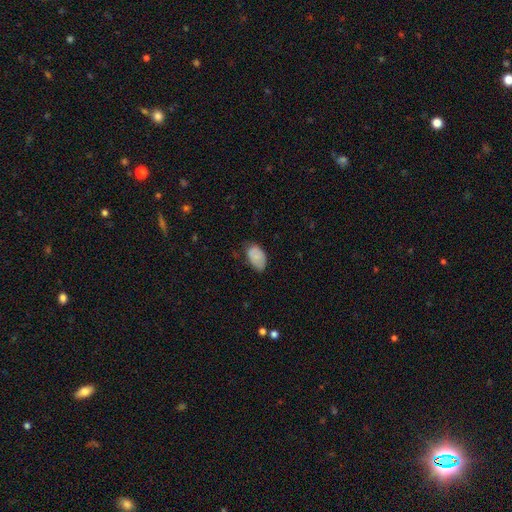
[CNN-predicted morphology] This appears to be a smooth galaxy with no disk features (80%) that is in between round and cigar-shaped (92%). Merging: none (59%).